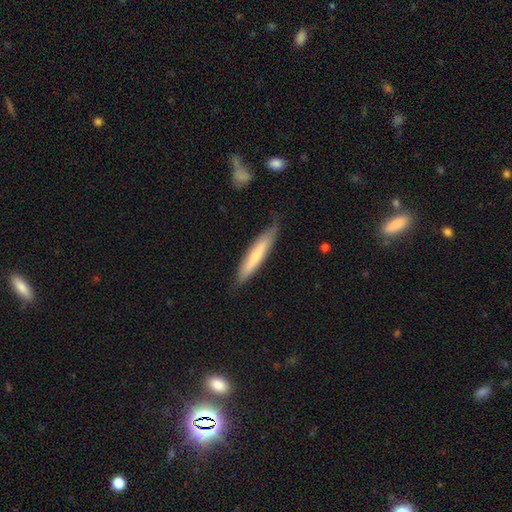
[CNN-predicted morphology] smooth_or_featured: smooth (p=0.62) [alt: featured or disk p=0.33]
how_rounded: cigar-shaped (p=0.89) [alt: in between p=0.10]
merging: none (p=0.78) [alt: minor disturbance p=0.18]